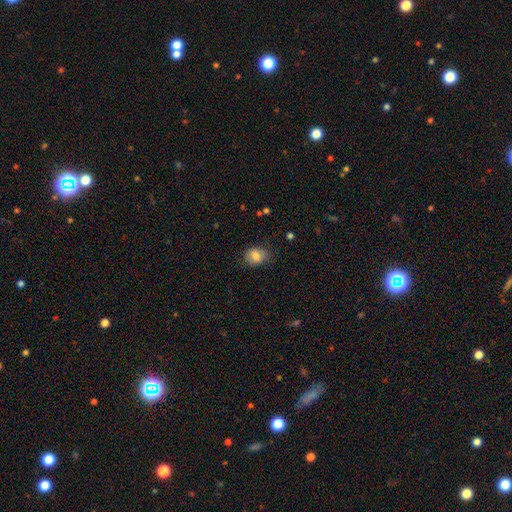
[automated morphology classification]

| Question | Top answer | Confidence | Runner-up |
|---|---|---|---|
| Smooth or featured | smooth | 76% | featured or disk (15%) |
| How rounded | in between | 54% | round (45%) |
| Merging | none | 73% | minor disturbance (20%) |